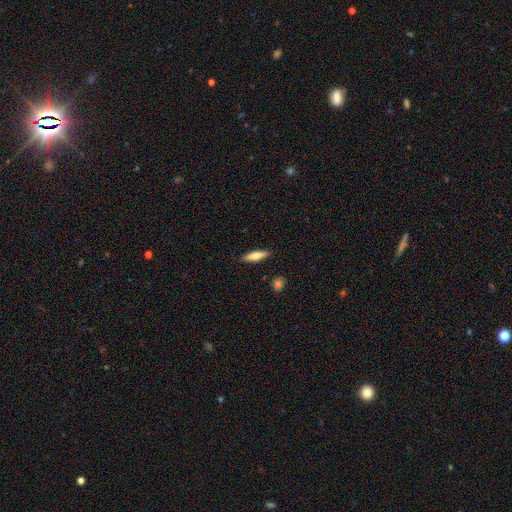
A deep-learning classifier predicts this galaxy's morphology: This is likely a smooth galaxy (68%). How rounded: likely cigar-shaped (69%). Merging: clearly none (88%).